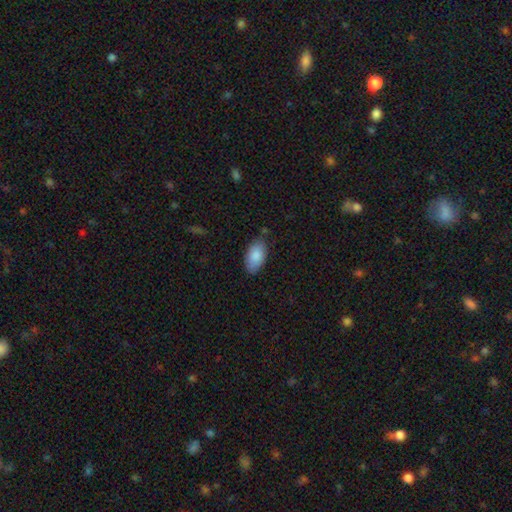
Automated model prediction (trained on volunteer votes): This is clearly a smooth galaxy (87%). How rounded: clearly in between (95%). Merging: likely none (79%).